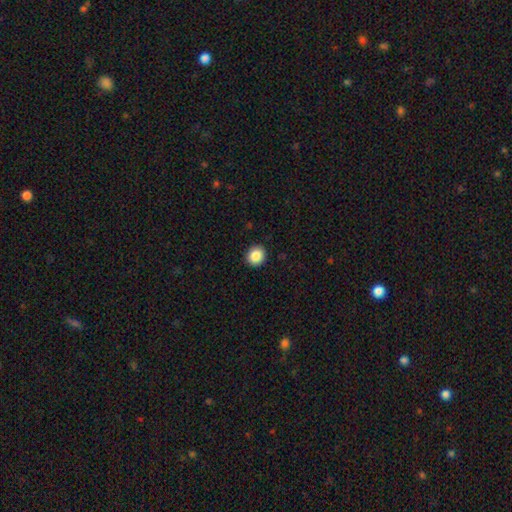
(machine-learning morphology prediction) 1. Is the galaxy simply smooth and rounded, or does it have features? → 87% smooth, 9% star or artifact, 4% featured or disk.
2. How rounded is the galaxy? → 87% round, 12% in between, 1% cigar-shaped.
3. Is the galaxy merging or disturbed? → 92% none, 5% minor disturbance, 2% major disturbance, 1% merger.